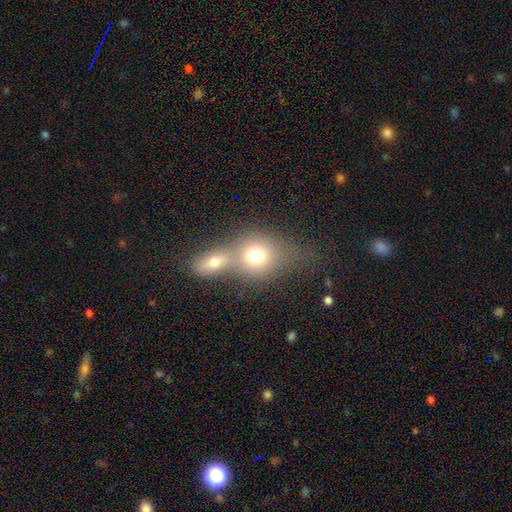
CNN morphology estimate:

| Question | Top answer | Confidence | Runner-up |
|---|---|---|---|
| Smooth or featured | smooth | 72% | featured or disk (17%) |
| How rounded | round | 60% | in between (38%) |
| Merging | merger | 62% | none (27%) |